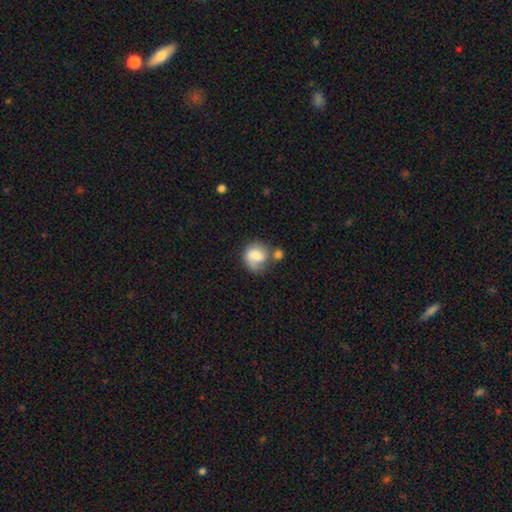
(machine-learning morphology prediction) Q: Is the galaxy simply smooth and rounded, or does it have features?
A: smooth — 62%.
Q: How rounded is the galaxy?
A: round — 71%.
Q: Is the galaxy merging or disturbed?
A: none — 38%.